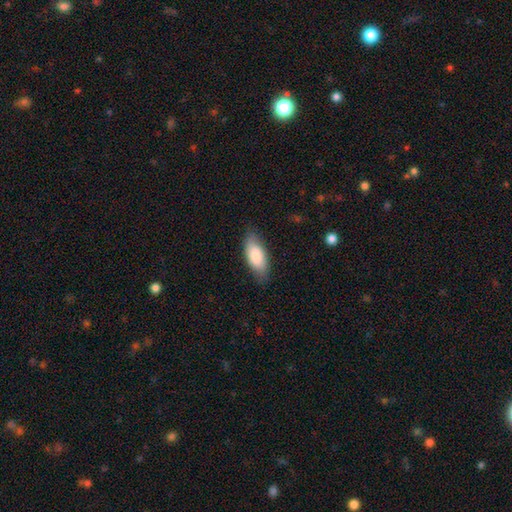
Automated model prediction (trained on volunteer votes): Smooth or featured?
  - smooth: 82% *
  - featured or disk: 12%
  - star or artifact: 6%
How rounded?
  - in between: 86% *
  - cigar-shaped: 12%
  - round: 2%
Merging?
  - none: 79% *
  - minor disturbance: 17%
  - major disturbance: 3%
  - merger: 1%